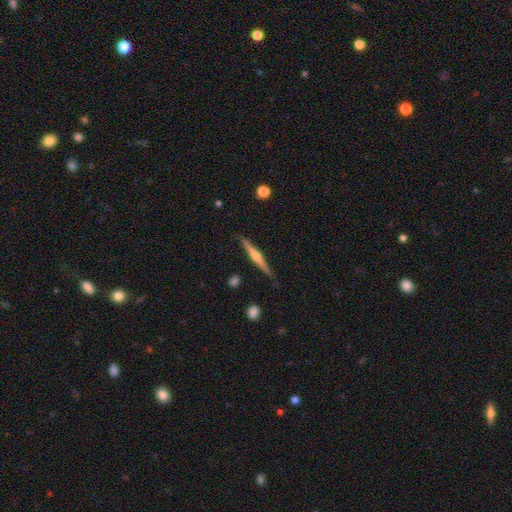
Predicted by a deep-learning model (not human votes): The model was most divided on "smooth or featured": featured or disk: 74%, smooth: 20%, star or artifact: 6%. More confident: edge-on disk — yes (98%); edge-on bulge — rounded (89%); merging — none (88%).